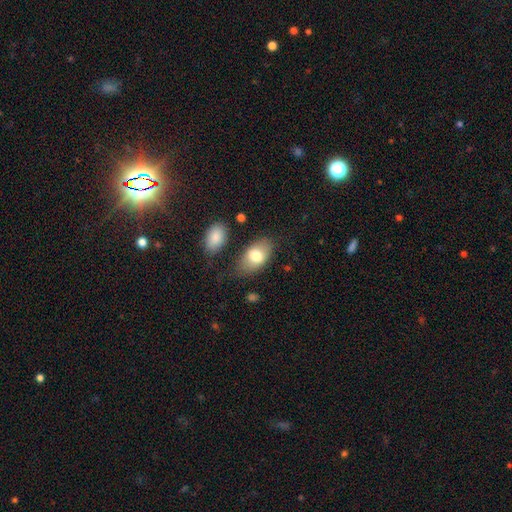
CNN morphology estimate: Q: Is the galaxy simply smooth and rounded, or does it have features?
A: smooth — 76%.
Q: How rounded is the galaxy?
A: in between — 91%.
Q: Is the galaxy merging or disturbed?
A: none — 70%.